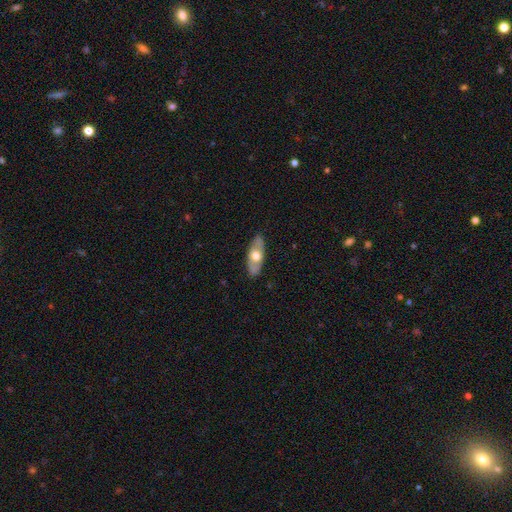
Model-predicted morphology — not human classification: Smooth or featured? smooth (48%)
Merging? none (87%)